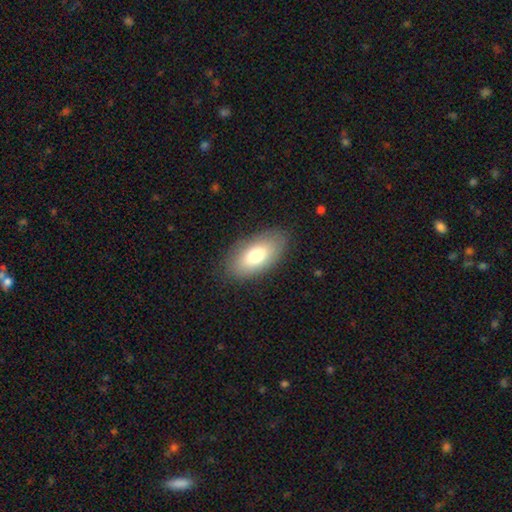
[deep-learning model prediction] The model was most divided on "smooth or featured": smooth: 76%, featured or disk: 17%, star or artifact: 8%. More confident: how rounded — in between (93%); merging — none (85%).